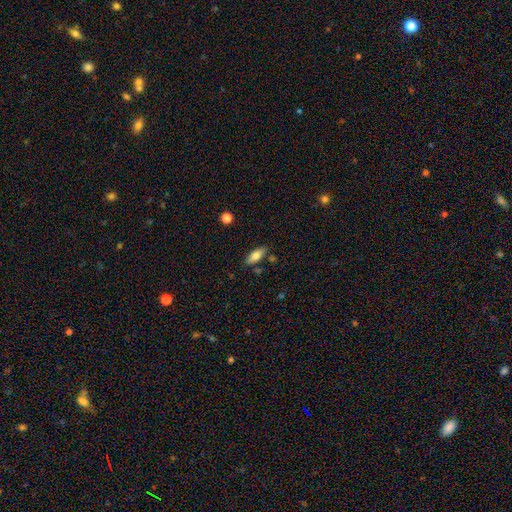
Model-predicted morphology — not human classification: This appears to be a smooth galaxy with no disk features (72%) that is in between round and cigar-shaped (73%). Merging: none (80%).